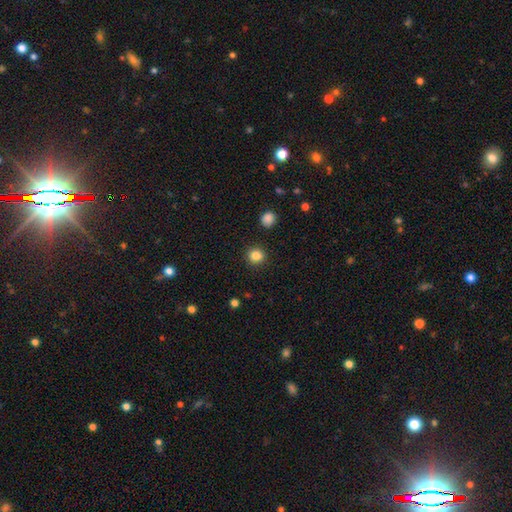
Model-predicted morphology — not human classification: Smooth or featured?
  - smooth: 84% *
  - star or artifact: 11%
  - featured or disk: 4%
How rounded?
  - round: 90% *
  - in between: 9%
  - cigar-shaped: 1%
Merging?
  - none: 91% *
  - minor disturbance: 5%
  - major disturbance: 2%
  - merger: 1%